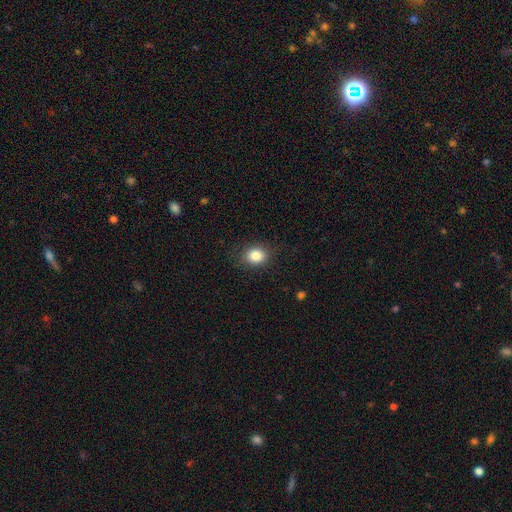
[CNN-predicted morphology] Smooth or featured?
  - smooth: 85% *
  - star or artifact: 10%
  - featured or disk: 5%
How rounded?
  - round: 53% *
  - in between: 46%
  - cigar-shaped: 1%
Merging?
  - none: 85% *
  - minor disturbance: 11%
  - major disturbance: 3%
  - merger: 1%